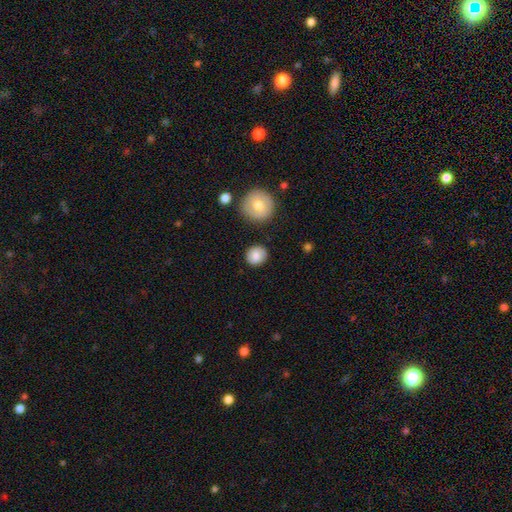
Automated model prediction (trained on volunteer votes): A smooth galaxy with no disk features (83%) that is round (86%).

Vote fractions:
- Smooth or featured? smooth: 83% / featured or disk: 9% / star or artifact: 8%
- How rounded? round: 86% / in between: 14% / cigar-shaped: 1%
- Merging? none: 86% / minor disturbance: 9% / major disturbance: 3% / merger: 2%